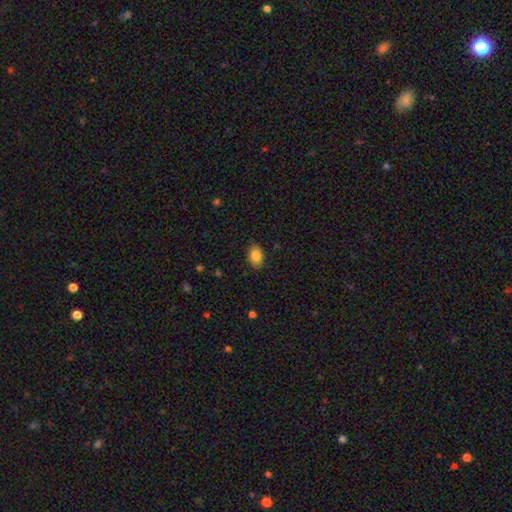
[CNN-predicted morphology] A smooth galaxy with no disk features (86%) that is in between round and cigar-shaped (80%). Merging: none (86%).